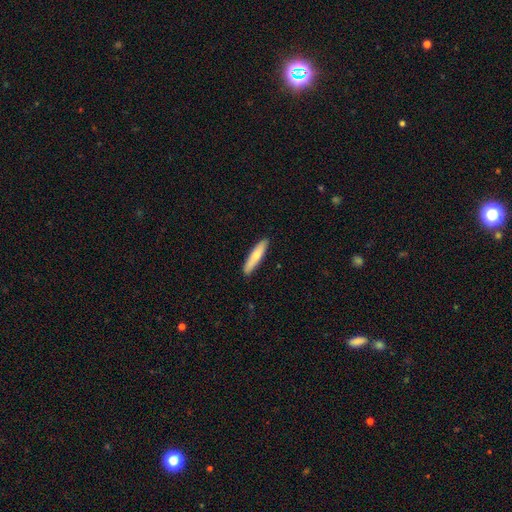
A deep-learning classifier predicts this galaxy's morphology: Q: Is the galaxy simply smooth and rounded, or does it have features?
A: smooth — 72%.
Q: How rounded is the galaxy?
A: cigar-shaped — 84%.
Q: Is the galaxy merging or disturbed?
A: none — 90%.